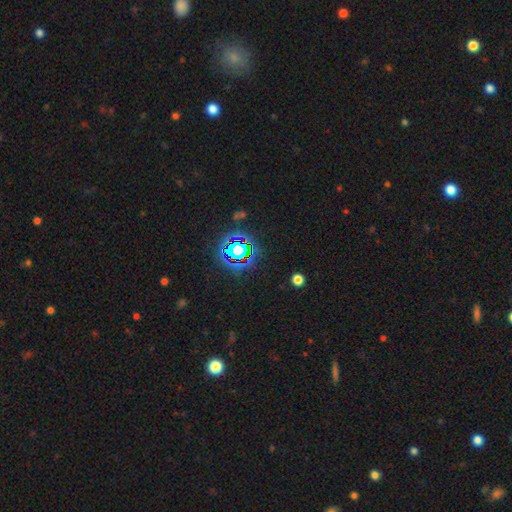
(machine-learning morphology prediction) star or artifact 70%, smooth 20%, featured or disk 10%.